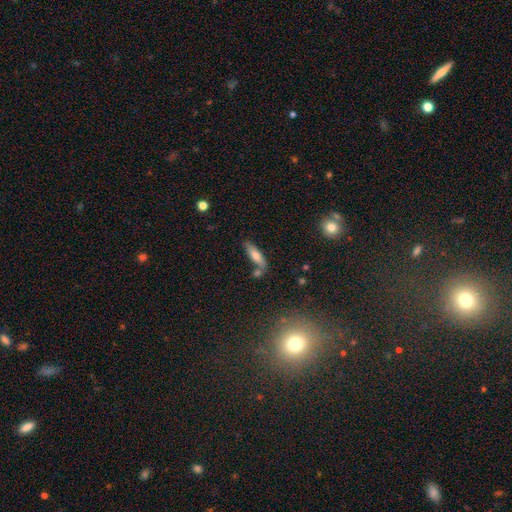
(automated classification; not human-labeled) Smooth or featured? smooth (69%)
How rounded? cigar-shaped (59%)
Merging? none (64%)